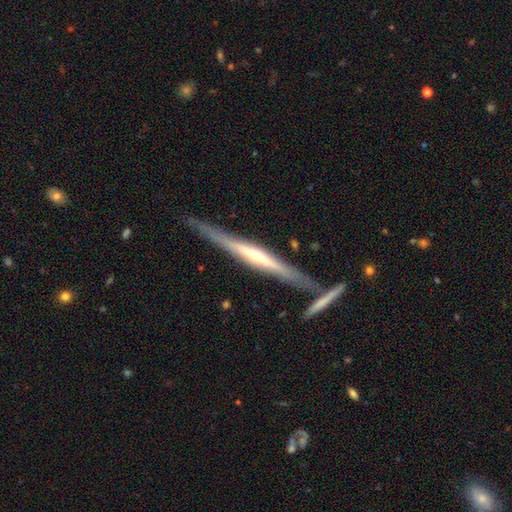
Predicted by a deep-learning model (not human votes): This is likely a featured or disk galaxy (76%). It is clearly viewed edge-on (96%). Edge-on bulge: marginally none (43%). Merging: likely none (76%).